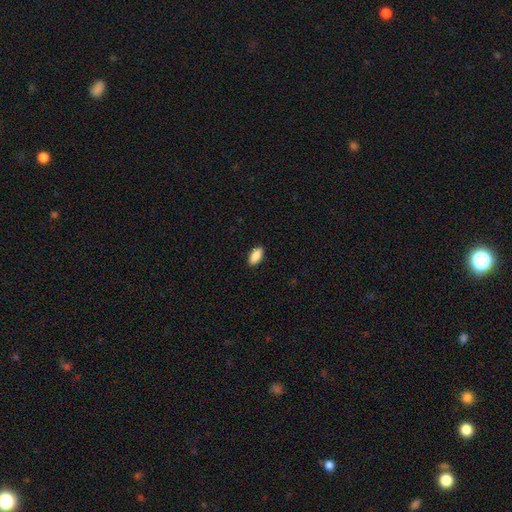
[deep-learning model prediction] Smooth or featured?
  - smooth: 88% *
  - star or artifact: 7%
  - featured or disk: 6%
How rounded?
  - in between: 90% *
  - cigar-shaped: 8%
  - round: 3%
Merging?
  - none: 90% *
  - minor disturbance: 8%
  - major disturbance: 2%
  - merger: 1%